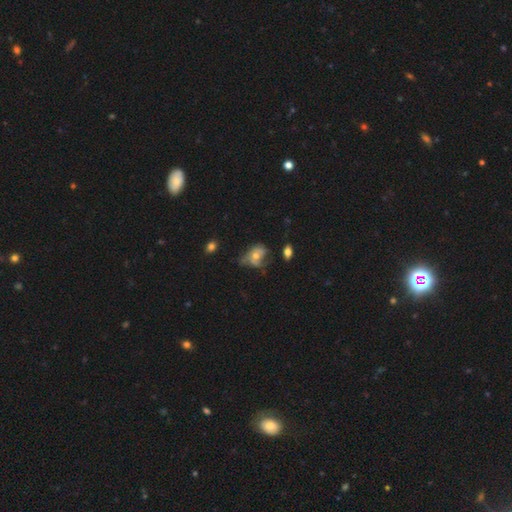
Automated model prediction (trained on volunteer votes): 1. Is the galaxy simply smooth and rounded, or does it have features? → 47% smooth, 42% featured or disk, 11% star or artifact.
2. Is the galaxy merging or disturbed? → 33% major disturbance, 31% minor disturbance, 29% none, 7% merger.